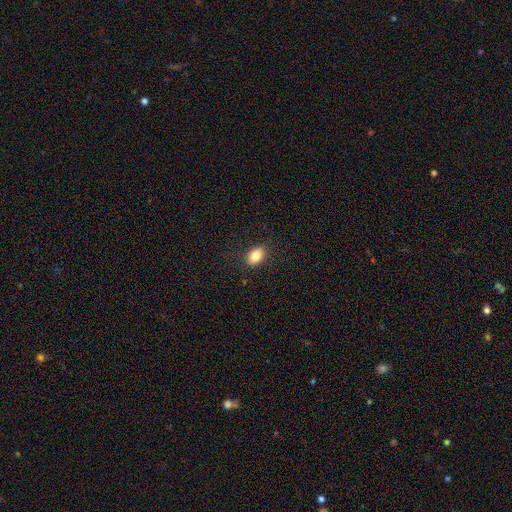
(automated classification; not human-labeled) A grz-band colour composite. It shows a smooth galaxy with no disk features (83%) that is in between round and cigar-shaped (85%). Merging: none (87%).